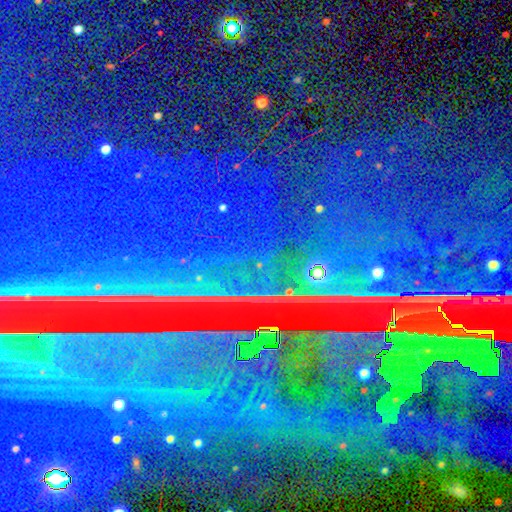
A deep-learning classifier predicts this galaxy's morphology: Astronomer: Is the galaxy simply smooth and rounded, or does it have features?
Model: star or artifact — 78%.